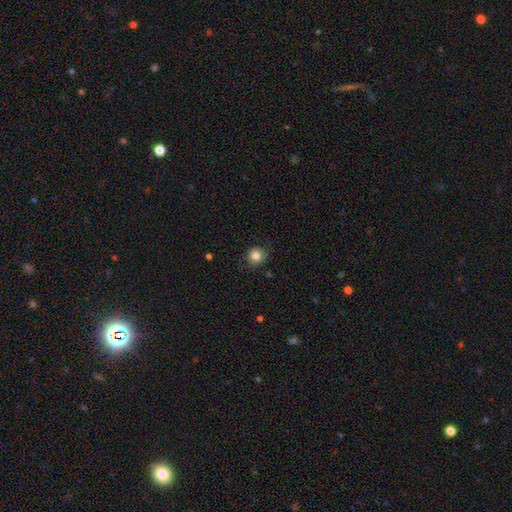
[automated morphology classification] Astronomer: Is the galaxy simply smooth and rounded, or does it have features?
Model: smooth — 84%.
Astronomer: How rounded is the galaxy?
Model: round — 89%.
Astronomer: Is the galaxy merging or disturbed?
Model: none — 84%.